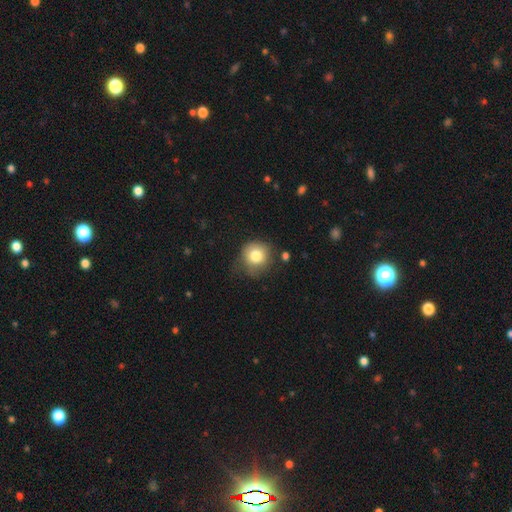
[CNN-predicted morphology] This appears to be a smooth galaxy with no disk features (80%) that is round (88%). Merging: none (61%).